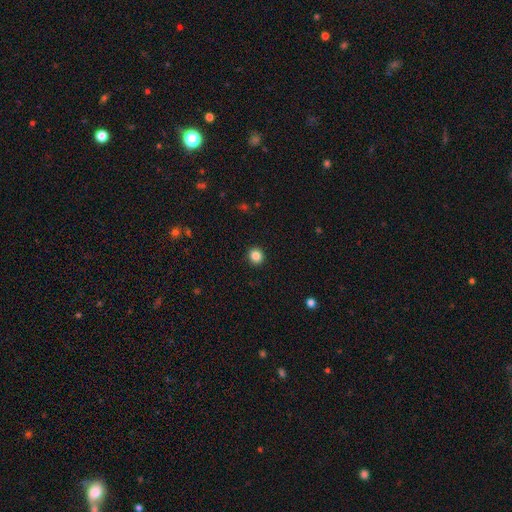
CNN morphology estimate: smooth-or-featured: smooth: 85% | star or artifact: 11% | featured or disk: 4%
  how-rounded: round: 90% | in between: 9% | cigar-shaped: 1%
  merging: none: 93% | minor disturbance: 5% | major disturbance: 2% | merger: 1%